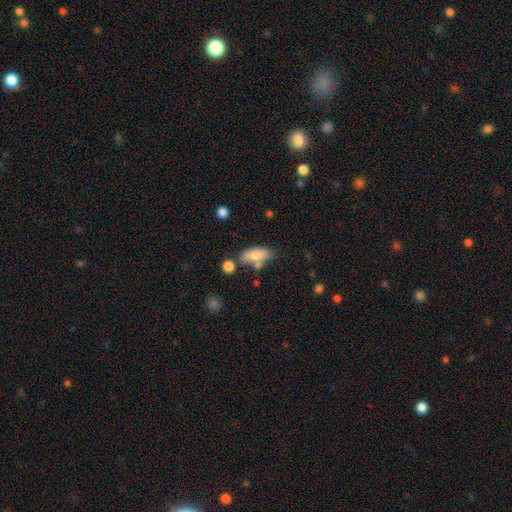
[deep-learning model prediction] Smooth or featured: smooth — 78% (featured or disk — 14%)
How rounded: in between — 80% (cigar-shaped — 17%)
Merging: none — 57% (minor disturbance — 20%)